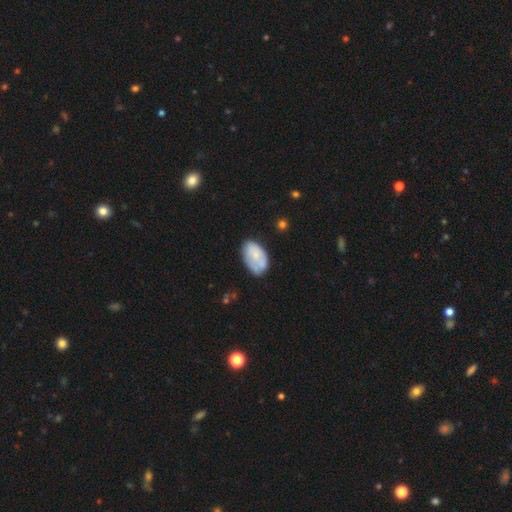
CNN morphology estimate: This appears to be a smooth galaxy with no disk features (68%) that is in between round and cigar-shaped (92%). Merging: none (58%).